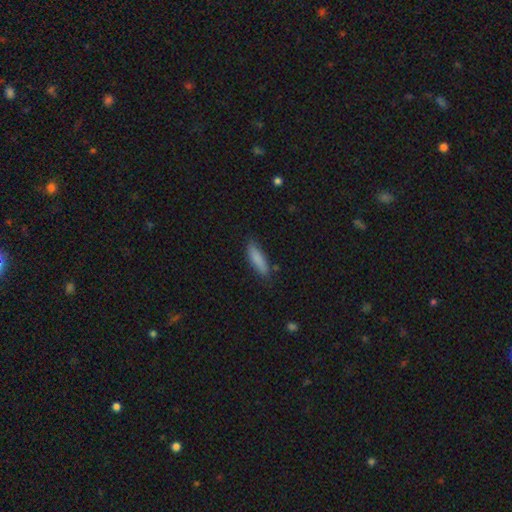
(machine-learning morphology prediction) Smooth or featured?
  - smooth: 79% *
  - featured or disk: 11%
  - star or artifact: 9%
How rounded?
  - cigar-shaped: 76% *
  - in between: 23%
  - round: 2%
Merging?
  - none: 85% *
  - minor disturbance: 11%
  - major disturbance: 2%
  - merger: 1%